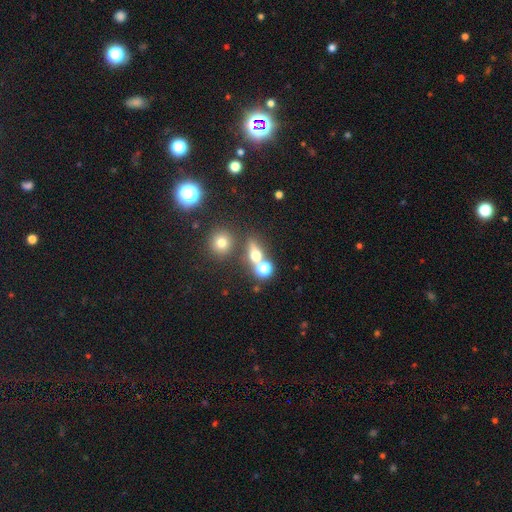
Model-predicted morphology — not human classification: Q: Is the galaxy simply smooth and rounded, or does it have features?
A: smooth — 53%.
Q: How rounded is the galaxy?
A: round — 53%.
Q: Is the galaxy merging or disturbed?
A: none — 60%.